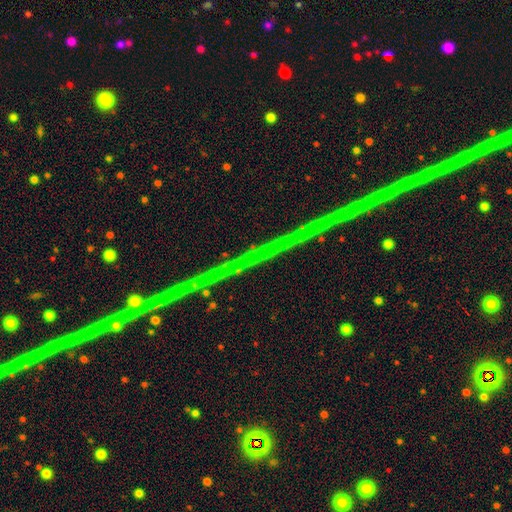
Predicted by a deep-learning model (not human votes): Smooth or featured: star or artifact — 74% (featured or disk — 16%)